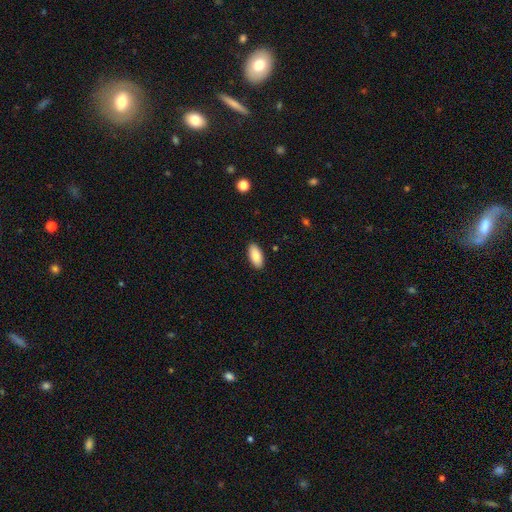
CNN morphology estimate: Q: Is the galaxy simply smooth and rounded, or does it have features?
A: smooth — 87%.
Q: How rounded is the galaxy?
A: in between — 91%.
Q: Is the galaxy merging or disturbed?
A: none — 90%.